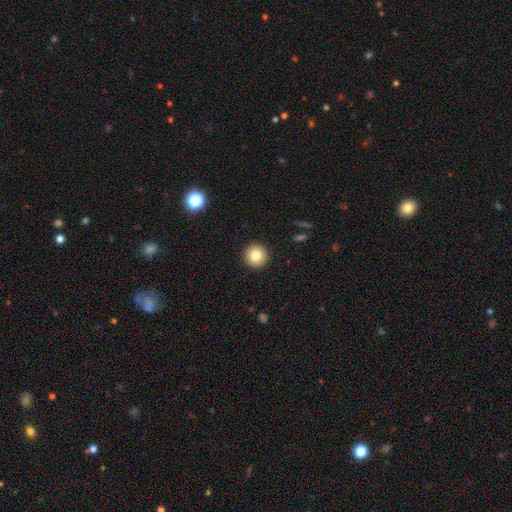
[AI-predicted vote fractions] The model was most divided on "smooth or featured": smooth: 81%, star or artifact: 10%, featured or disk: 9%. More confident: how rounded — round (96%); merging — none (93%).